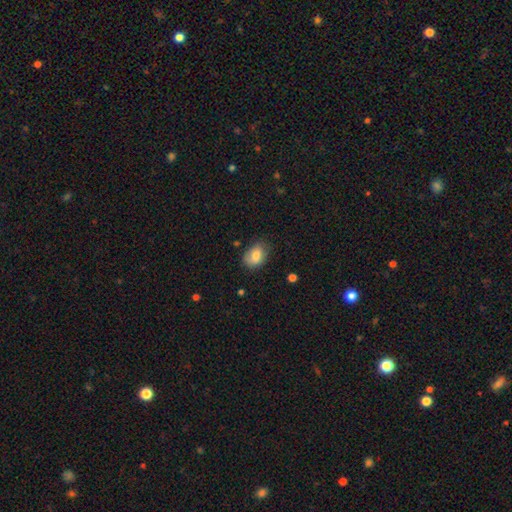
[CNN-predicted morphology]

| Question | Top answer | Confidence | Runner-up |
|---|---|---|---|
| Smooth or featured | smooth | 76% | featured or disk (16%) |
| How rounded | in between | 77% | round (21%) |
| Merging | none | 61% | minor disturbance (29%) |